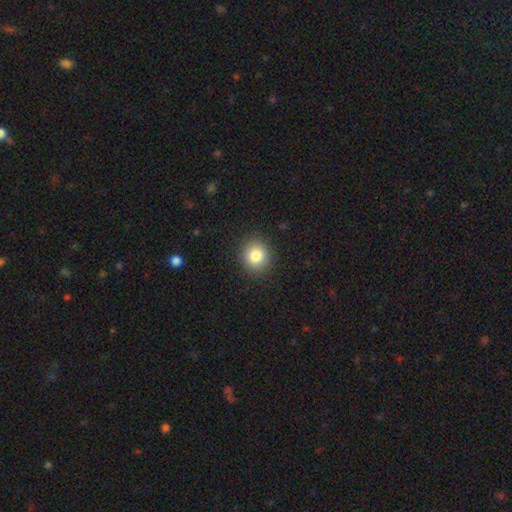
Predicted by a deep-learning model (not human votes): Morphology: type=smooth (84%); roundness=round (86%); merging=none (90%).